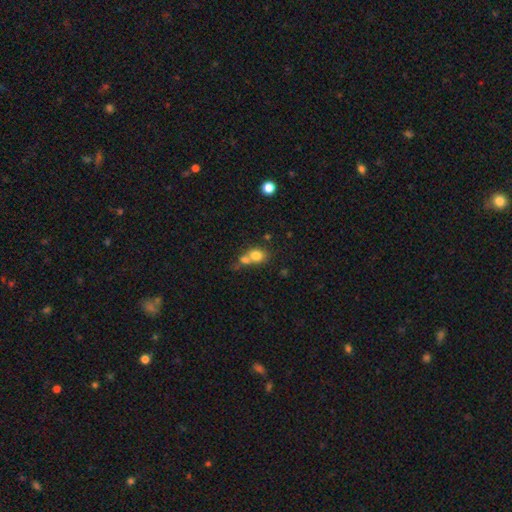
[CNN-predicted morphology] This is likely a smooth galaxy (76%). How rounded: likely round (62%). Merging: possibly merger (53%).